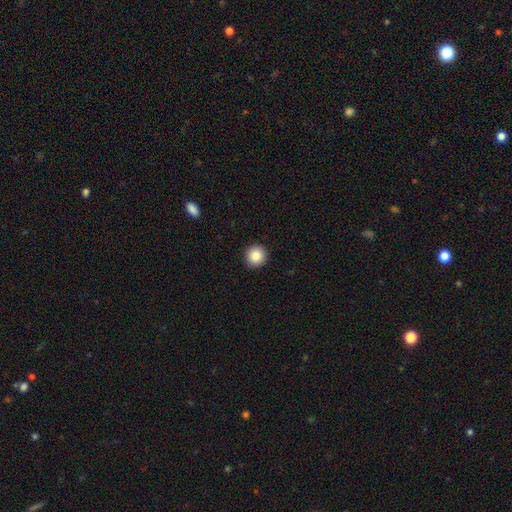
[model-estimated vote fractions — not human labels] Morphology: type=smooth (85%); roundness=round (95%); merging=none (93%).